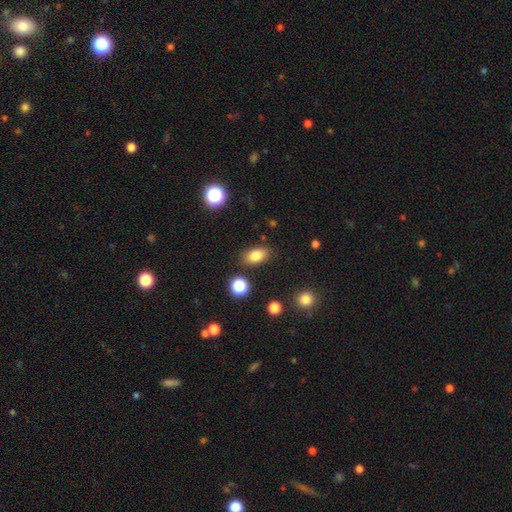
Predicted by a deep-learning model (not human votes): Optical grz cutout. It shows a smooth galaxy with no disk features (81%) that is in between round and cigar-shaped (86%). Merging: none (83%).